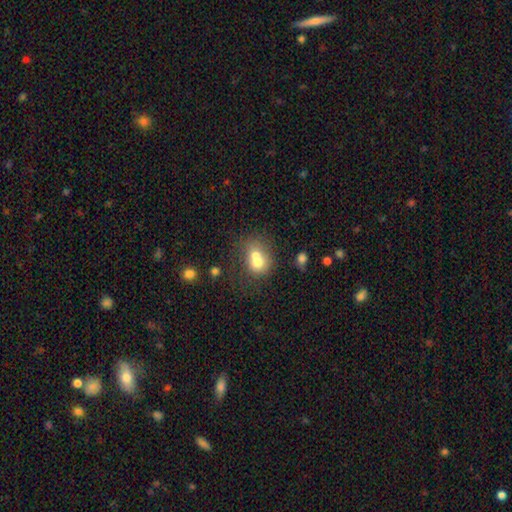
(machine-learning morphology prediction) Q: Smooth or featured?
A: smooth (67%); runner-up: featured or disk (23%)
Q: How rounded?
A: round (64%); runner-up: in between (35%)
Q: Merging?
A: merger (62%); runner-up: none (25%)